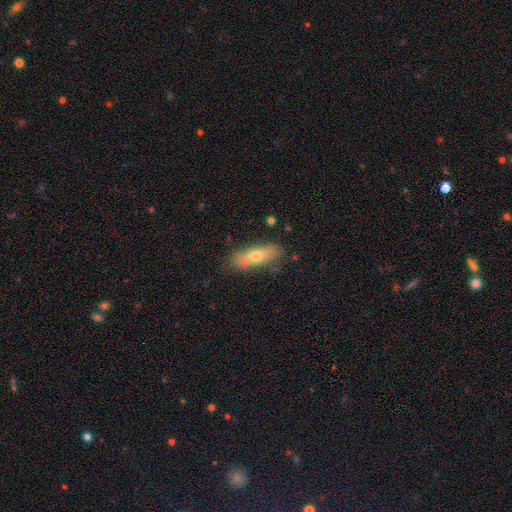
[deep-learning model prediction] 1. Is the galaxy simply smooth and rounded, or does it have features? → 65% smooth, 28% featured or disk, 7% star or artifact.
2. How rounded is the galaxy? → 52% in between, 45% cigar-shaped, 3% round.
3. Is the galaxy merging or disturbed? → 77% none, 16% minor disturbance, 4% major disturbance, 3% merger.